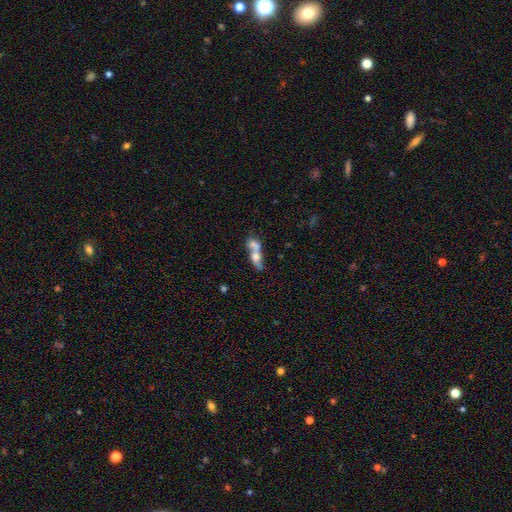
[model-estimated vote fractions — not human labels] Q: Smooth or featured?
A: smooth (53%); runner-up: featured or disk (37%)
Q: How rounded?
A: in between (55%); runner-up: cigar-shaped (25%)
Q: Merging?
A: merger (69%); runner-up: none (17%)